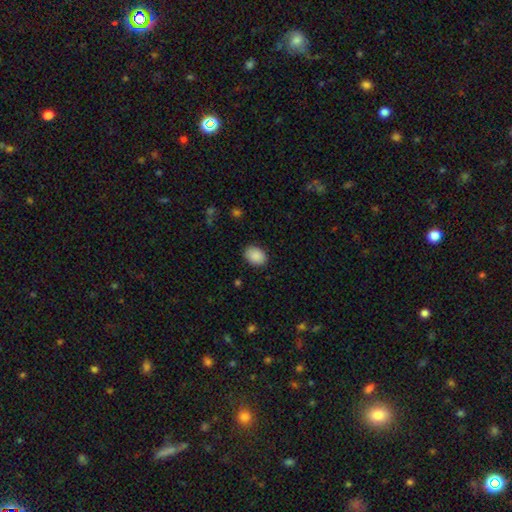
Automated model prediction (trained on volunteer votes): Smooth or featured? smooth (89%)
How rounded? in between (73%)
Merging? none (86%)